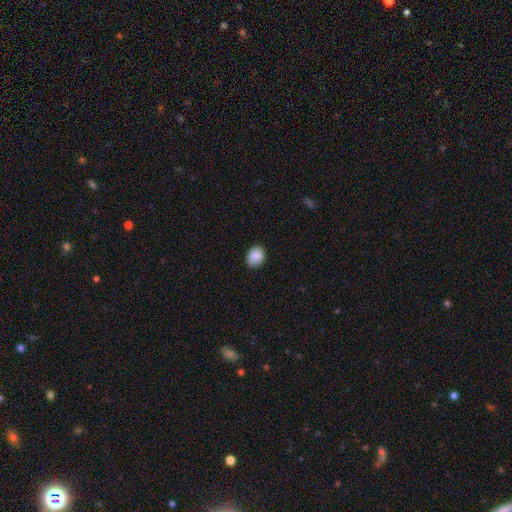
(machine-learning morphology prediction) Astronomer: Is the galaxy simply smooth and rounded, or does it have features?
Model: smooth — 88%.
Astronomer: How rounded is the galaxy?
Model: in between — 51% (runner-up: round, 48%).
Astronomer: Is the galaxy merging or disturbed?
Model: none — 83%.